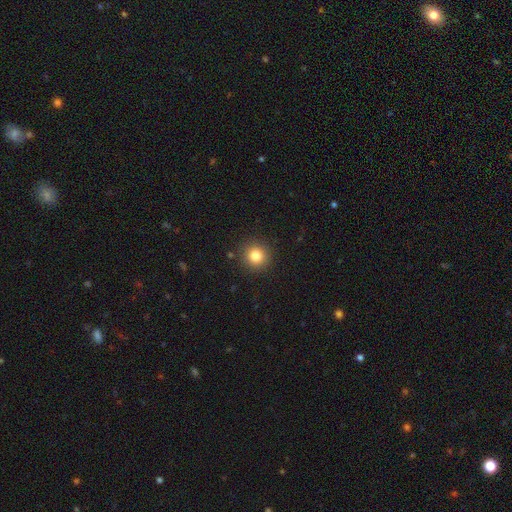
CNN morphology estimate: Smooth or featured: smooth — 82% (star or artifact — 12%)
How rounded: round — 93% (in between — 6%)
Merging: none — 90% (minor disturbance — 6%)